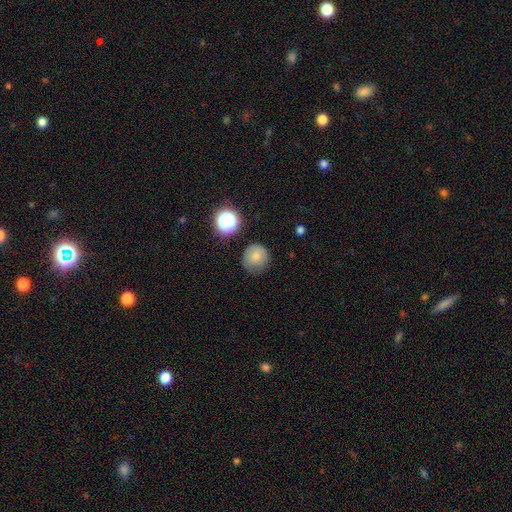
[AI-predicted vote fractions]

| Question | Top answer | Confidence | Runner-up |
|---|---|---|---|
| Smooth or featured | smooth | 75% | featured or disk (13%) |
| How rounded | round | 92% | in between (7%) |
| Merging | none | 71% | minor disturbance (21%) |